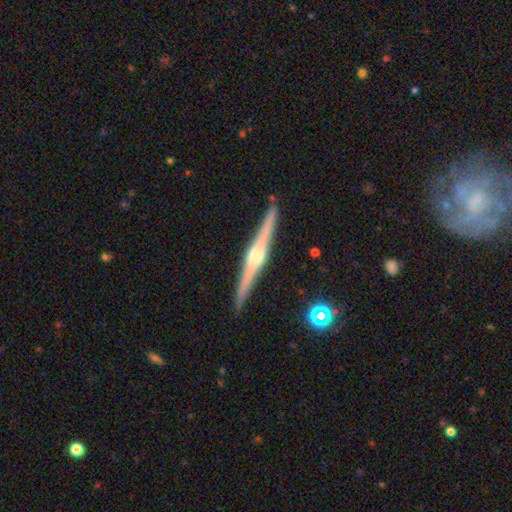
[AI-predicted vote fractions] Smooth or featured?
  - featured or disk: 83% *
  - smooth: 12%
  - star or artifact: 5%
Edge-on disk?
  - yes: 99% *
  - no: 1%
Edge-on bulge?
  - rounded: 84% *
  - boxy: 12%
  - none: 4%
Merging?
  - none: 91% *
  - minor disturbance: 6%
  - major disturbance: 1%
  - merger: 1%